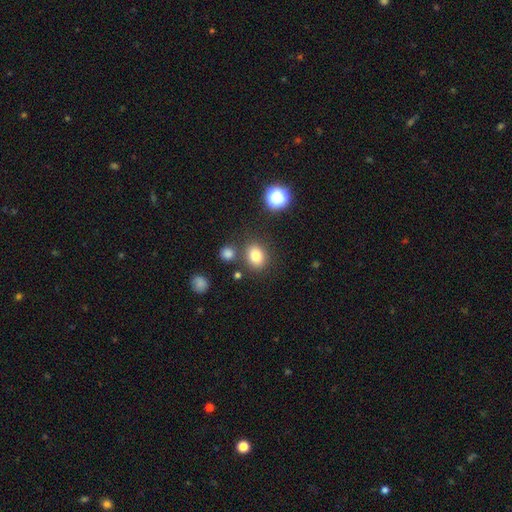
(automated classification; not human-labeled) Smooth or featured?
  - smooth: 80% *
  - star or artifact: 13%
  - featured or disk: 7%
How rounded?
  - round: 52% *
  - in between: 47%
  - cigar-shaped: 1%
Merging?
  - none: 77% *
  - minor disturbance: 11%
  - merger: 8%
  - major disturbance: 4%